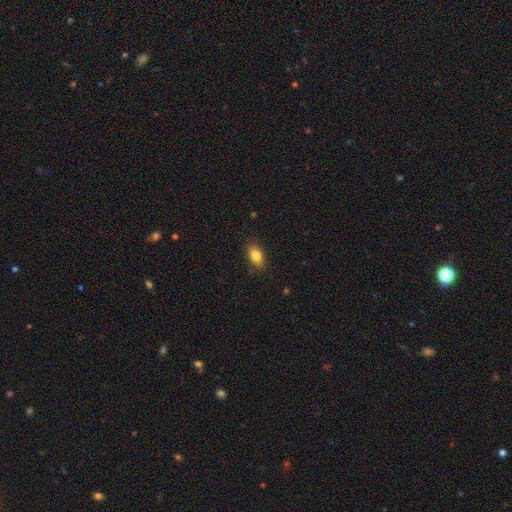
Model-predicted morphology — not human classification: Smooth or featured?
  - smooth: 81% *
  - featured or disk: 11%
  - star or artifact: 8%
How rounded?
  - in between: 85% *
  - round: 11%
  - cigar-shaped: 4%
Merging?
  - none: 85% *
  - minor disturbance: 11%
  - major disturbance: 2%
  - merger: 1%